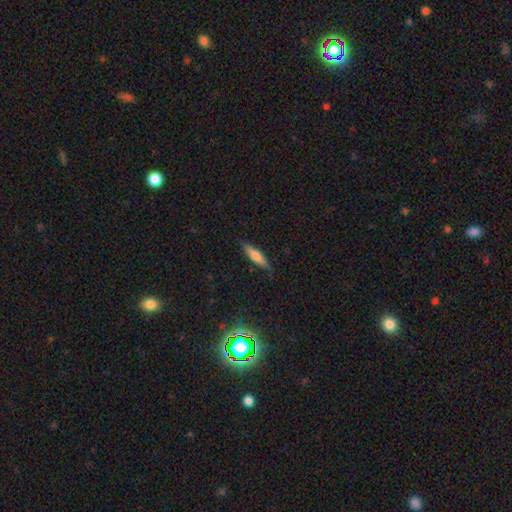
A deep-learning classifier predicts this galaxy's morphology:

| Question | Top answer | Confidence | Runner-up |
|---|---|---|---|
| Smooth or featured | smooth | 54% | featured or disk (39%) |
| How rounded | cigar-shaped | 82% | in between (16%) |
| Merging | none | 88% | minor disturbance (9%) |